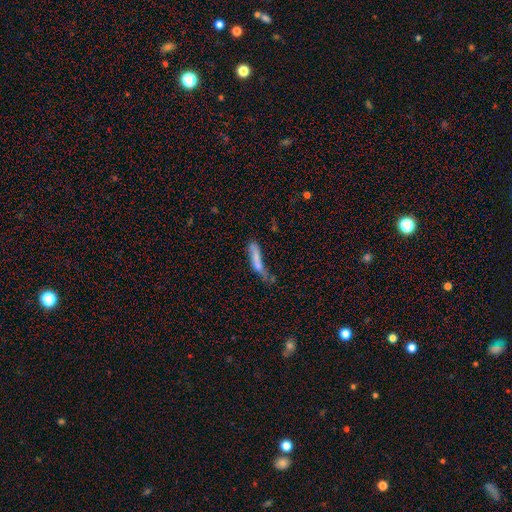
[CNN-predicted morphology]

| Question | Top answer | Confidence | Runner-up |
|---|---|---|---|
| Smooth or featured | smooth | 55% | featured or disk (33%) |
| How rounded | cigar-shaped | 83% | in between (15%) |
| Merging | none | 32% | major disturbance (27%) |